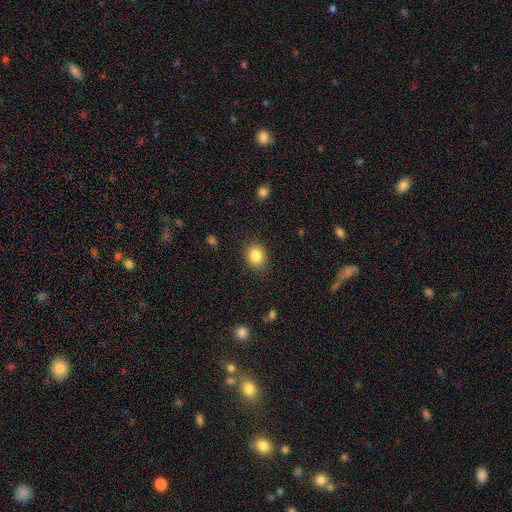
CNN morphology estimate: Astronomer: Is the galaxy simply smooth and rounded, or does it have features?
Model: smooth — 85%.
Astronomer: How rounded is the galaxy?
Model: round — 54% (runner-up: in between, 45%).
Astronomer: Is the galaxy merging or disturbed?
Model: none — 85%.